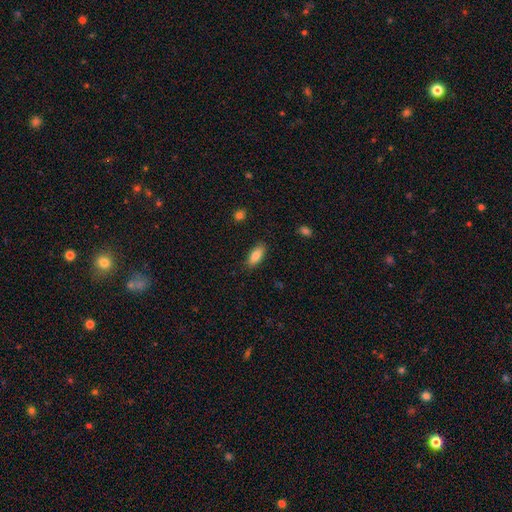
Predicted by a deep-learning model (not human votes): smooth_or_featured: smooth (p=0.82) [alt: featured or disk p=0.11]
how_rounded: in between (p=0.82) [alt: cigar-shaped p=0.15]
merging: none (p=0.87) [alt: minor disturbance p=0.10]